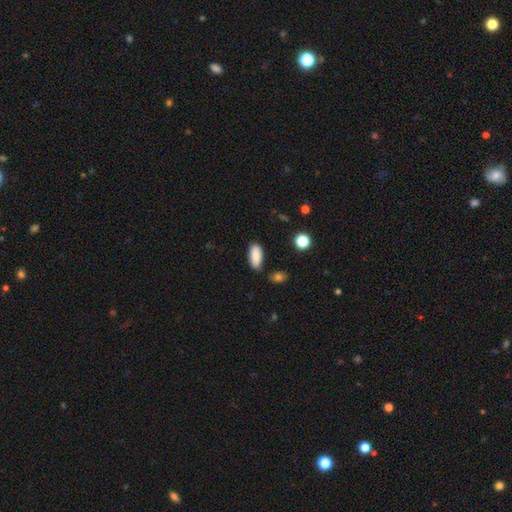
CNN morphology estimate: Overall: smooth (87%). How rounded: in between (86%). Merging: none (80%).